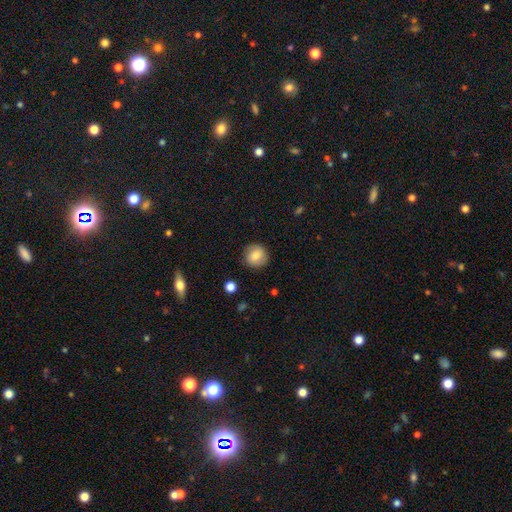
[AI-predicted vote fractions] Morphology: type=smooth (80%); roundness=round (90%); merging=none (87%).